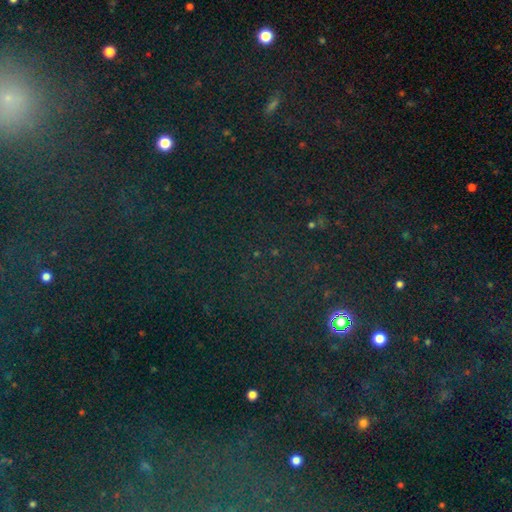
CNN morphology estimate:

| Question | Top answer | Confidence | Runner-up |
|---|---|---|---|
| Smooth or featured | star or artifact | 79% | smooth (13%) |